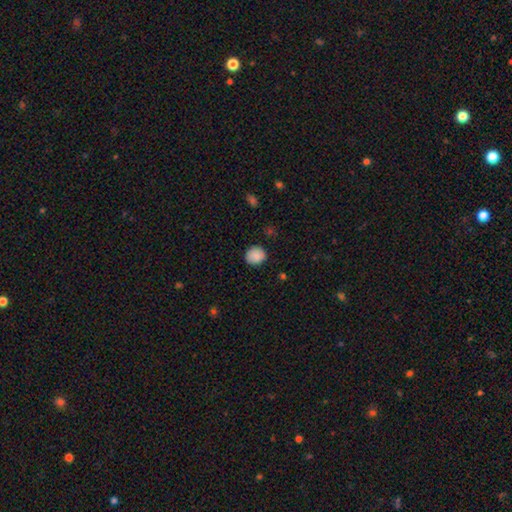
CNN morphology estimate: A smooth galaxy with no disk features (85%) that is round (78%).

Vote fractions:
- Smooth or featured? smooth: 85% / star or artifact: 8% / featured or disk: 7%
- How rounded? round: 78% / in between: 21% / cigar-shaped: 1%
- Merging? none: 84% / minor disturbance: 13% / major disturbance: 2% / merger: 1%